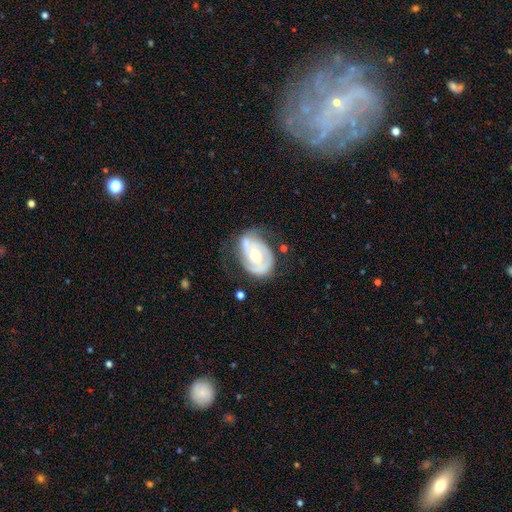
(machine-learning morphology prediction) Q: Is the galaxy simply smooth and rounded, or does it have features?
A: featured or disk — 77%.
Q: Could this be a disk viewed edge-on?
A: no — 97%.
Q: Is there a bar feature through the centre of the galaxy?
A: no — 46%.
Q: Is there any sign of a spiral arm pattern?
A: yes — 81%.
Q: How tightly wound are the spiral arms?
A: tight — 46%.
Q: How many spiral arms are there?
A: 2 — 61%.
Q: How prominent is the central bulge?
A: moderate — 69%.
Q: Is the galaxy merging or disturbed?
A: none — 47%.